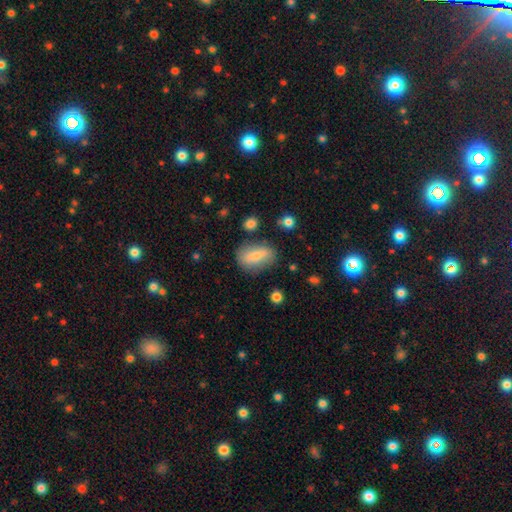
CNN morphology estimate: Smooth or featured: smooth — 69% (featured or disk — 23%)
How rounded: in between — 82% (round — 12%)
Merging: none — 71% (minor disturbance — 19%)